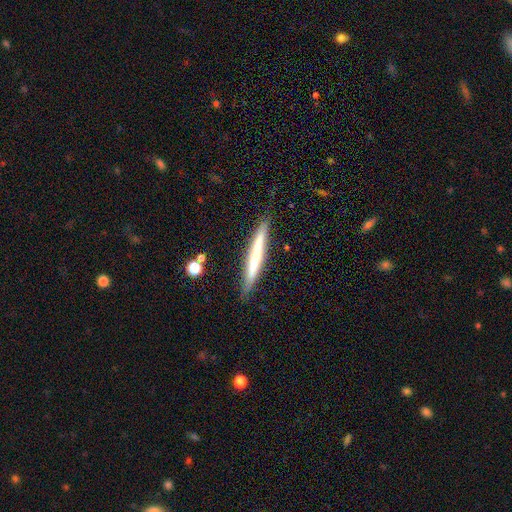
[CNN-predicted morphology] The model was most divided on "smooth or featured": smooth: 51%, featured or disk: 42%, star or artifact: 6%. More confident: how rounded — cigar-shaped (96%); merging — none (87%).